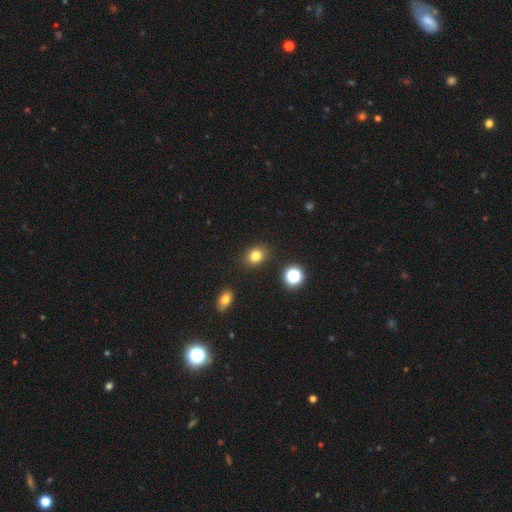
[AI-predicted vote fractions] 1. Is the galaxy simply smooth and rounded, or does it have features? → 80% smooth, 14% star or artifact, 6% featured or disk.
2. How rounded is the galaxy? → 57% round, 42% in between, 1% cigar-shaped.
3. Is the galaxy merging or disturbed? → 87% none, 8% minor disturbance, 3% major disturbance, 2% merger.